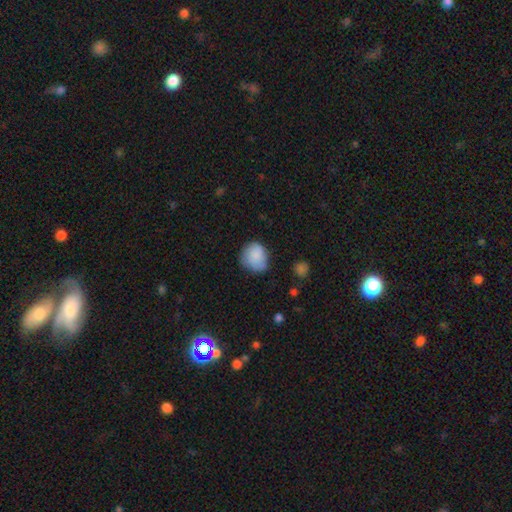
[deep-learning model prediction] This appears to be a smooth galaxy with no disk features (80%) that is round (73%). Merging: none (57%).